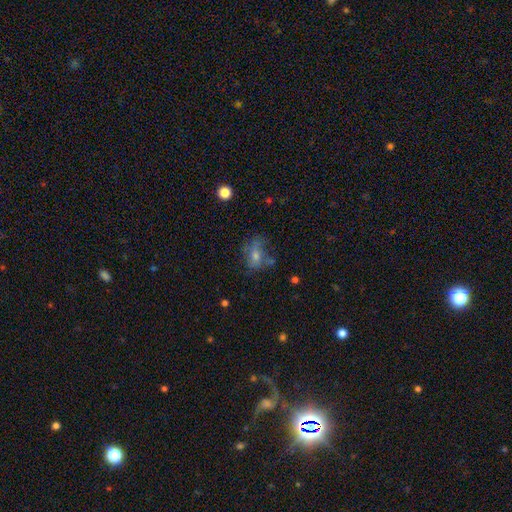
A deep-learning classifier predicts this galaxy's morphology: Smooth or featured: smooth — 49% (featured or disk — 35%)
Merging: none — 41% (major disturbance — 29%)